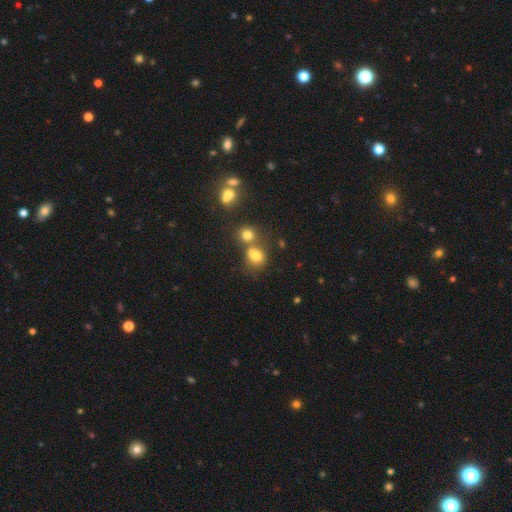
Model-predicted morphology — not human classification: smooth_or_featured: smooth (p=0.73) [alt: star or artifact p=0.15]
how_rounded: round (p=0.73) [alt: in between p=0.26]
merging: merger (p=0.45) [alt: none p=0.41]